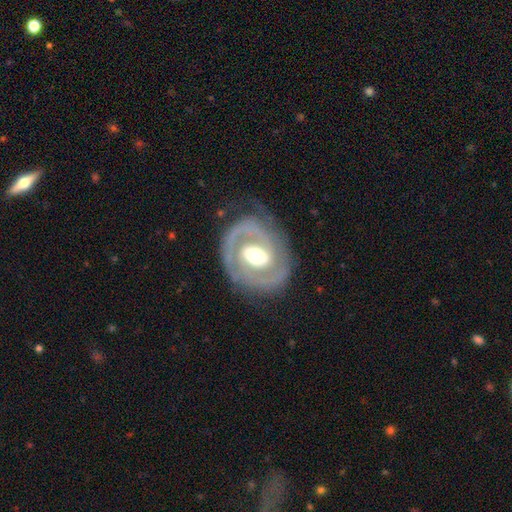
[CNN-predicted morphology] Q: Smooth or featured?
A: featured or disk (85%); runner-up: smooth (10%)
Q: Edge-on disk?
A: no (97%); runner-up: yes (3%)
Q: Bar?
A: weak (40%); runner-up: no (37%)
Q: Spiral arms?
A: yes (85%); runner-up: no (15%)
Q: Spiral winding?
A: tight (59%); runner-up: medium (32%)
Q: Spiral arm count?
A: 2 (73%); runner-up: 1 (10%)
Q: Bulge size?
A: moderate (63%); runner-up: large (25%)
Q: Merging?
A: none (75%); runner-up: minor disturbance (16%)